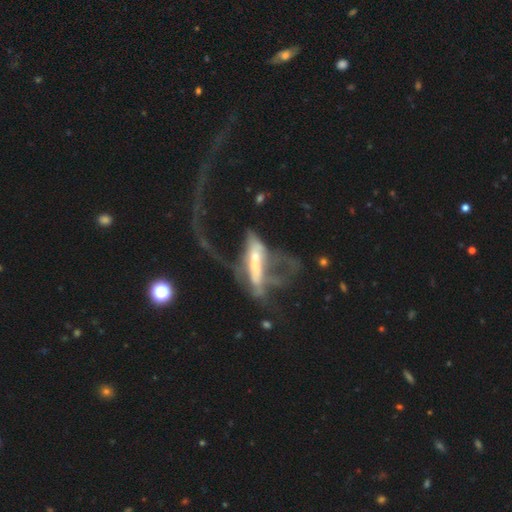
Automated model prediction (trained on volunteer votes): Smooth or featured? featured or disk (62%)
Edge-on disk? no (71%)
Merging? major disturbance (62%)